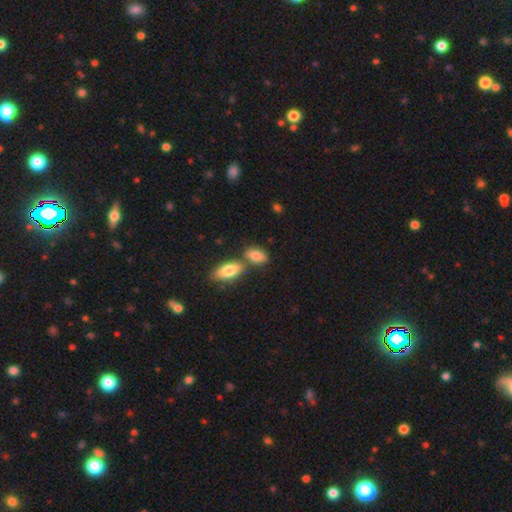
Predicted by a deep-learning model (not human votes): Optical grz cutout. It shows a smooth galaxy with no disk features (81%) that is in between round and cigar-shaped (88%). Merging: none (52%).